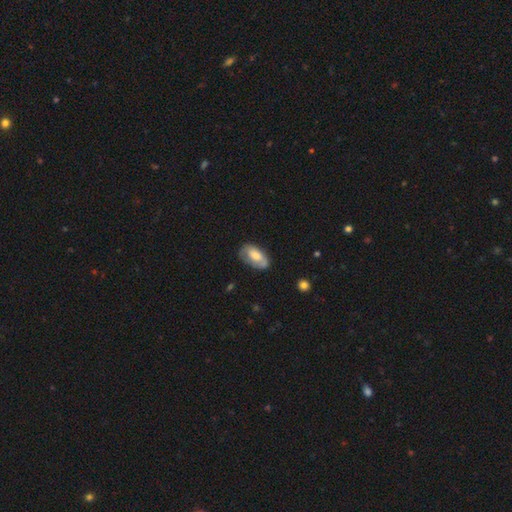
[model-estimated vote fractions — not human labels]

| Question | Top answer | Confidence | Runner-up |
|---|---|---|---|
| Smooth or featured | smooth | 63% | featured or disk (30%) |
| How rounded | in between | 93% | round (4%) |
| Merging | none | 61% | minor disturbance (28%) |